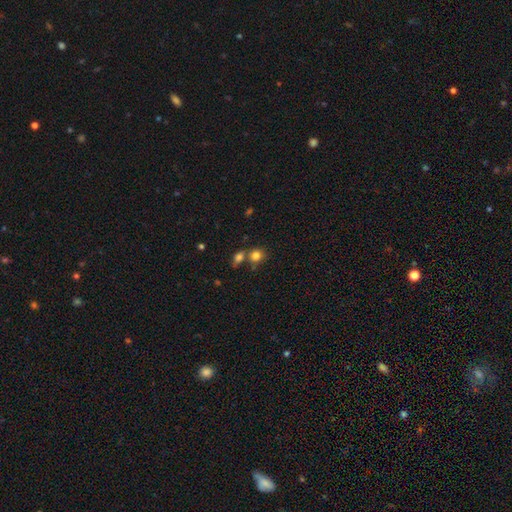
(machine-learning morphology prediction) smooth 80%, star or artifact 12%, featured or disk 8%. Down the decision tree: how rounded — round (75%); merging — none (55%).